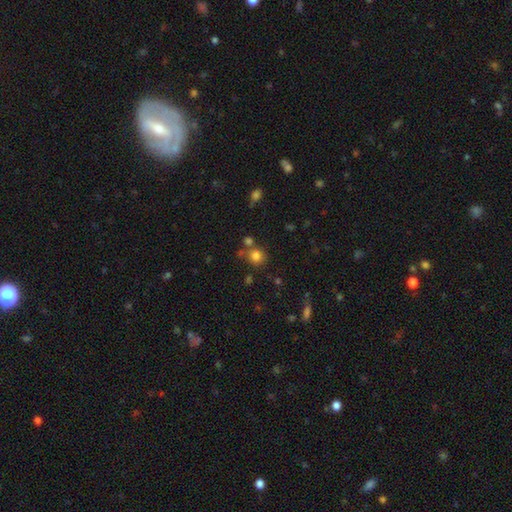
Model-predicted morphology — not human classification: smooth_or_featured: smooth (p=0.80) [alt: star or artifact p=0.14]
how_rounded: round (p=0.87) [alt: in between p=0.12]
merging: none (p=0.68) [alt: merger p=0.18]